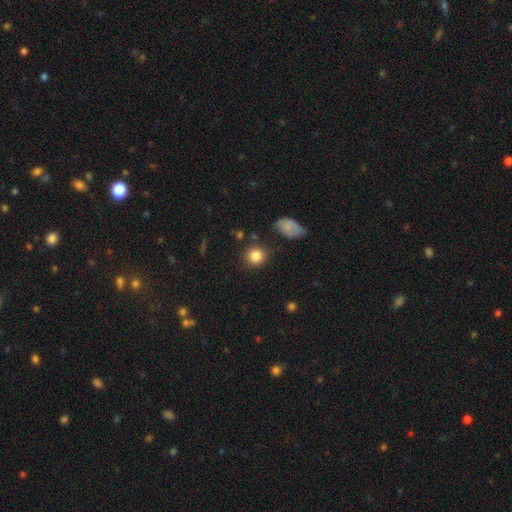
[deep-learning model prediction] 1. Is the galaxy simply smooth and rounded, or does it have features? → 85% smooth, 10% star or artifact, 5% featured or disk.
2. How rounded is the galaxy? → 87% round, 12% in between, 1% cigar-shaped.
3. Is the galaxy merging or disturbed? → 83% none, 10% minor disturbance, 4% merger, 3% major disturbance.